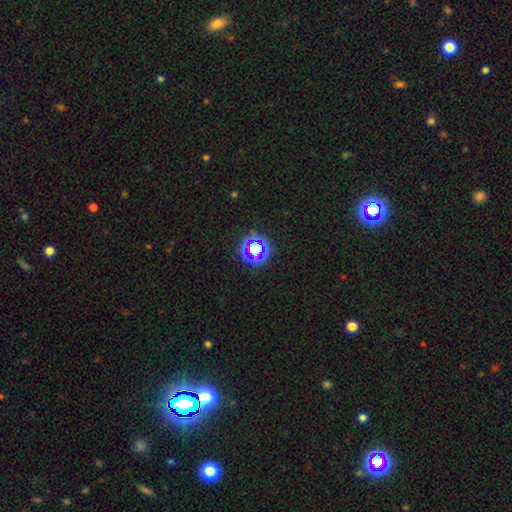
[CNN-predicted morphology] Q: Smooth or featured?
A: star or artifact (63%); runner-up: smooth (25%)